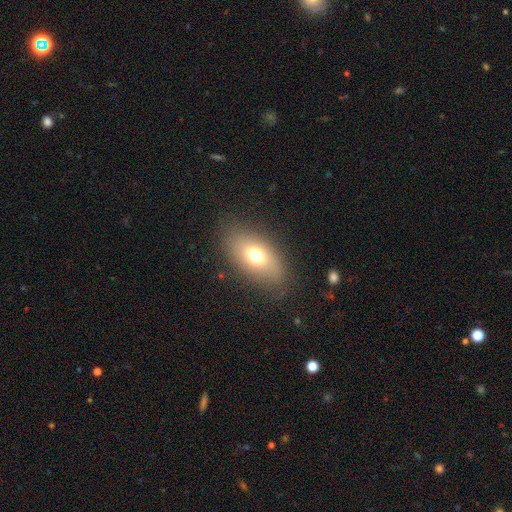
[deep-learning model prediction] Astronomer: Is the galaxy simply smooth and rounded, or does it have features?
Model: smooth — 69%.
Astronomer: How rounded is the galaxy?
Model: in between — 86%.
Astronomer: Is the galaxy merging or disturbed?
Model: none — 82%.